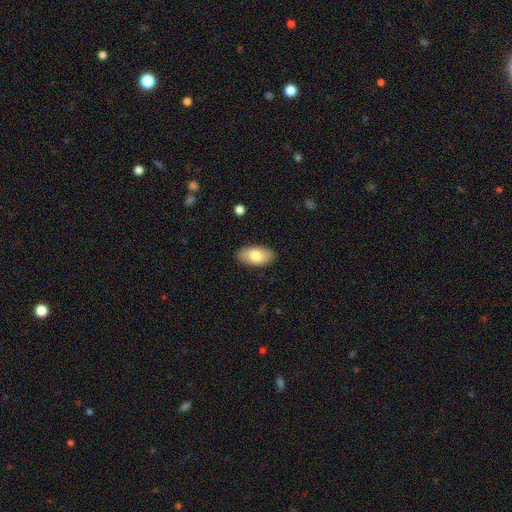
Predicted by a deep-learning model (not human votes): This is likely a smooth galaxy (77%). How rounded: clearly in between (94%). Merging: clearly none (88%).